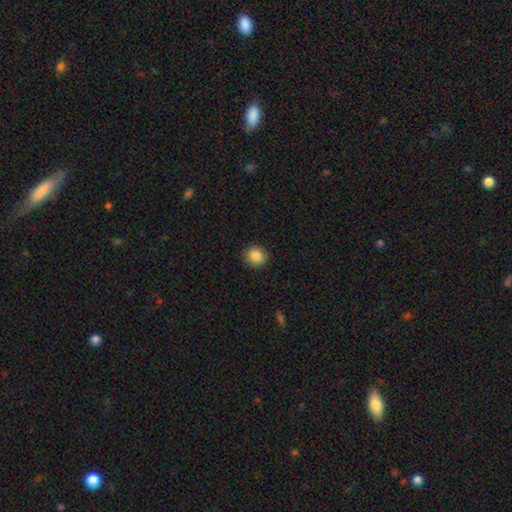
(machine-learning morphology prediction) smooth_or_featured: smooth (p=0.88) [alt: star or artifact p=0.09]
how_rounded: round (p=0.83) [alt: in between p=0.16]
merging: none (p=0.90) [alt: minor disturbance p=0.07]